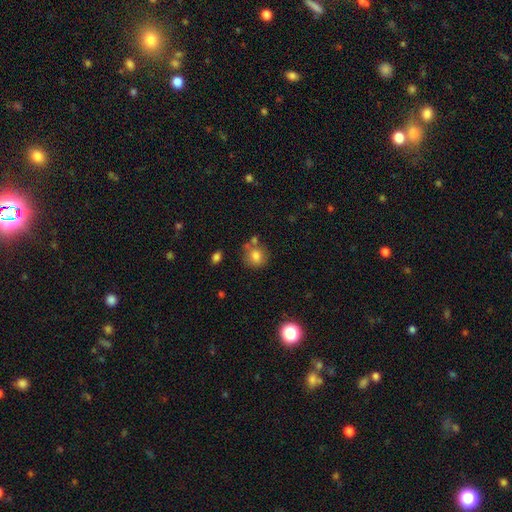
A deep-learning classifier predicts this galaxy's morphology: Overall: smooth (79%). How rounded: round (80%). Merging: none (66%).